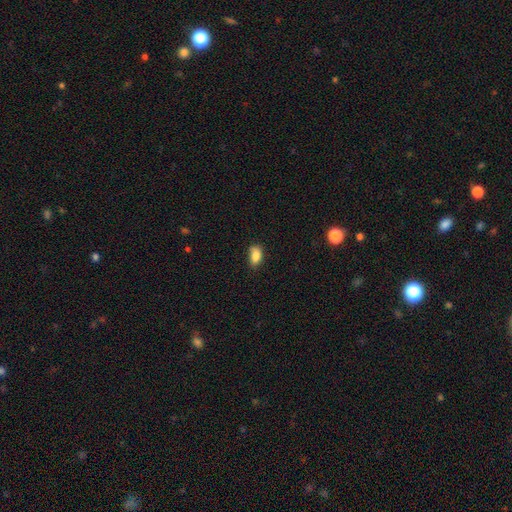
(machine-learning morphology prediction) Q: Smooth or featured?
A: smooth (84%); runner-up: star or artifact (9%)
Q: How rounded?
A: in between (89%); runner-up: round (8%)
Q: Merging?
A: none (63%); runner-up: minor disturbance (29%)